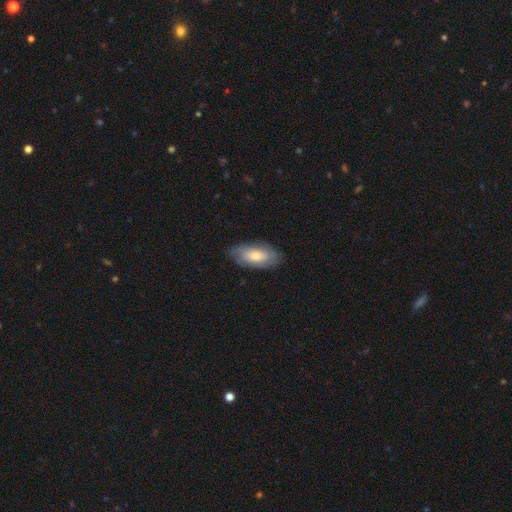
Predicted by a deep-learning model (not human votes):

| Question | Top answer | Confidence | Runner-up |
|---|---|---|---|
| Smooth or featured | smooth | 60% | featured or disk (34%) |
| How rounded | in between | 90% | cigar-shaped (7%) |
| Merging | none | 78% | minor disturbance (16%) |